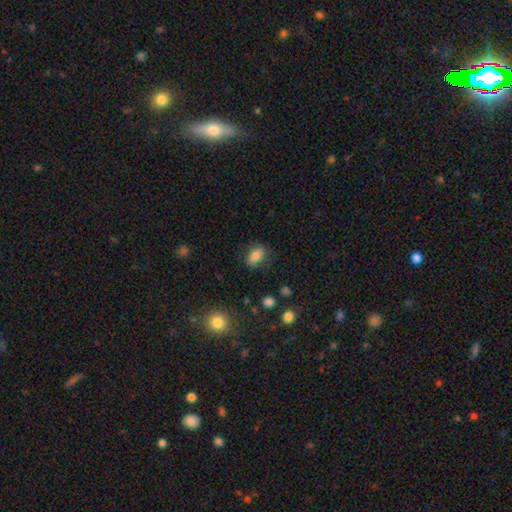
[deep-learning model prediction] smooth_or_featured: smooth (p=0.83) [alt: star or artifact p=0.09]
how_rounded: in between (p=0.81) [alt: round p=0.17]
merging: none (p=0.76) [alt: minor disturbance p=0.17]